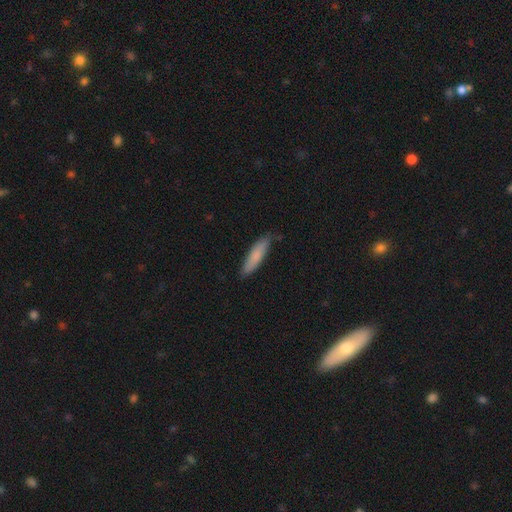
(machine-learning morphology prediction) The model was most divided on "how rounded": cigar-shaped: 76%, in between: 23%, round: 1%. More confident: smooth or featured — smooth (81%); merging — none (81%).